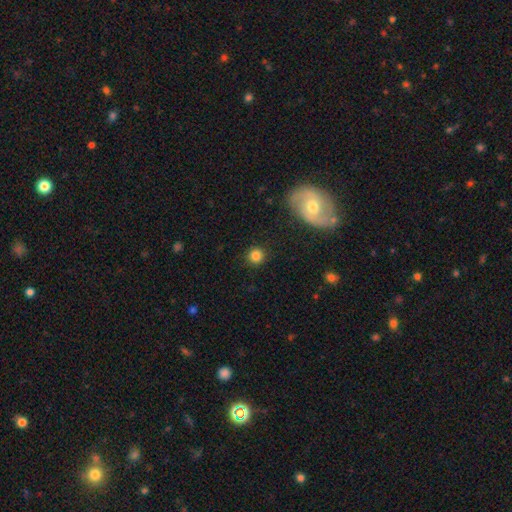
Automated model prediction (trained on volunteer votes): Smooth or featured? smooth (83%)
How rounded? round (91%)
Merging? none (89%)